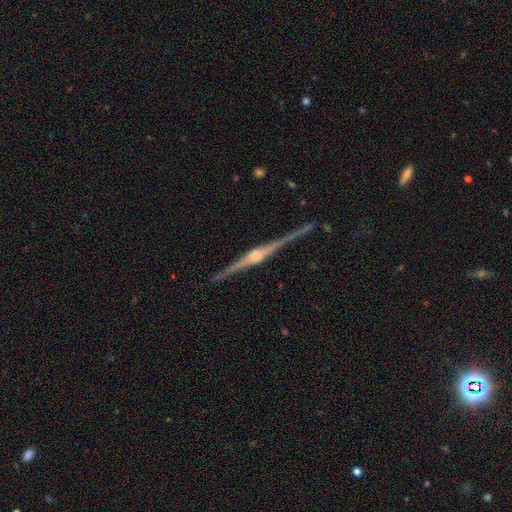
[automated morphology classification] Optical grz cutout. It shows a featured or disk galaxy (90%) viewed edge-on (99%) with a rounded central bulge (83%). Merging: none (89%).